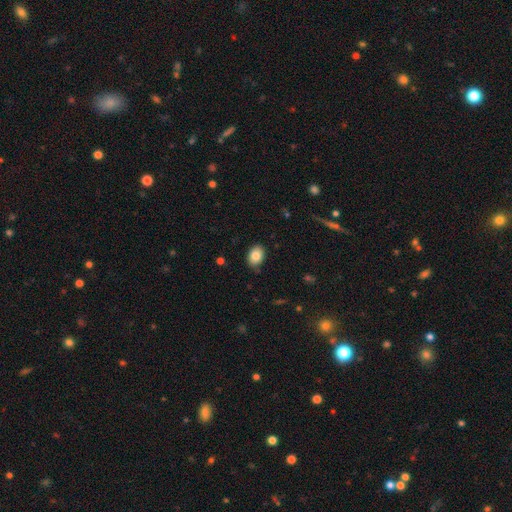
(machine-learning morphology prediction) A smooth galaxy with no disk features (84%) that is in between round and cigar-shaped (76%).

Vote fractions:
- Smooth or featured? smooth: 84% / star or artifact: 8% / featured or disk: 8%
- How rounded? in between: 76% / round: 23% / cigar-shaped: 1%
- Merging? none: 85% / minor disturbance: 11% / major disturbance: 2% / merger: 1%